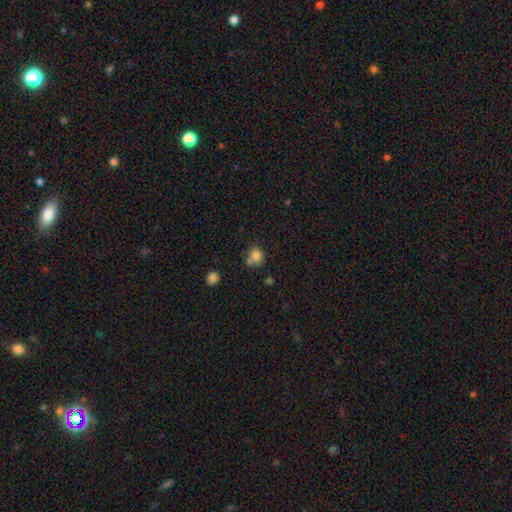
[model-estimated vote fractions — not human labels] Smooth or featured?
  - smooth: 79% *
  - star or artifact: 12%
  - featured or disk: 9%
How rounded?
  - round: 69% *
  - in between: 30%
  - cigar-shaped: 1%
Merging?
  - none: 54% *
  - merger: 24%
  - minor disturbance: 17%
  - major disturbance: 5%